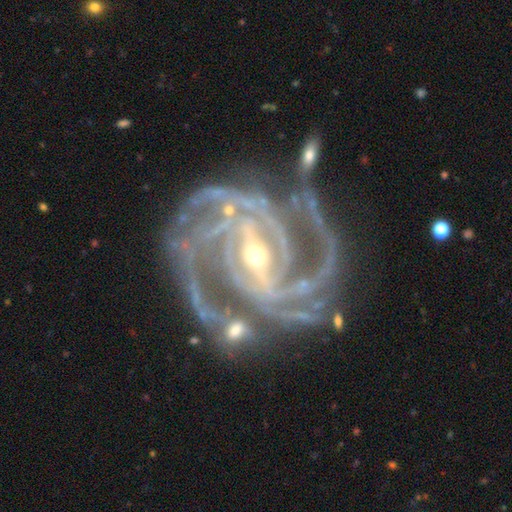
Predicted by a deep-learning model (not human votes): This appears to be a featured or disk galaxy (94%) with a strong bar (68%), 3 (30%) tight (51%) spiral arms (99%) and a small central bulge (67%). Merging: none (46%).